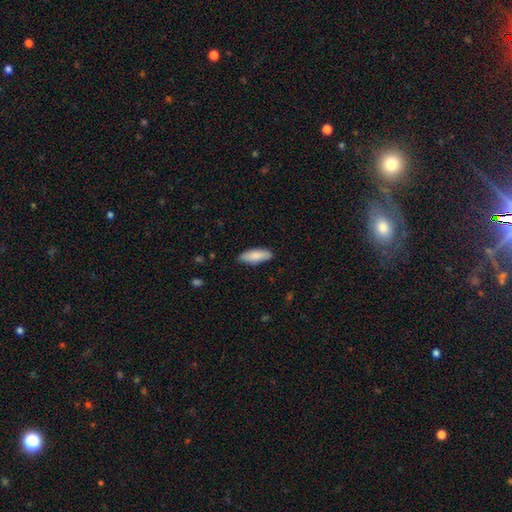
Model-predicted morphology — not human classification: Q: Smooth or featured?
A: smooth (85%); runner-up: featured or disk (9%)
Q: How rounded?
A: in between (68%); runner-up: cigar-shaped (31%)
Q: Merging?
A: none (85%); runner-up: minor disturbance (12%)